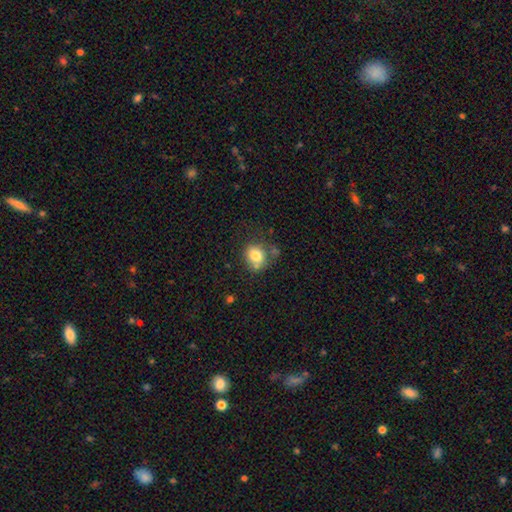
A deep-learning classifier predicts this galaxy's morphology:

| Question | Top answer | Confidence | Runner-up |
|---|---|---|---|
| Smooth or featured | smooth | 79% | featured or disk (11%) |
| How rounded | round | 70% | in between (30%) |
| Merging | none | 59% | minor disturbance (21%) |